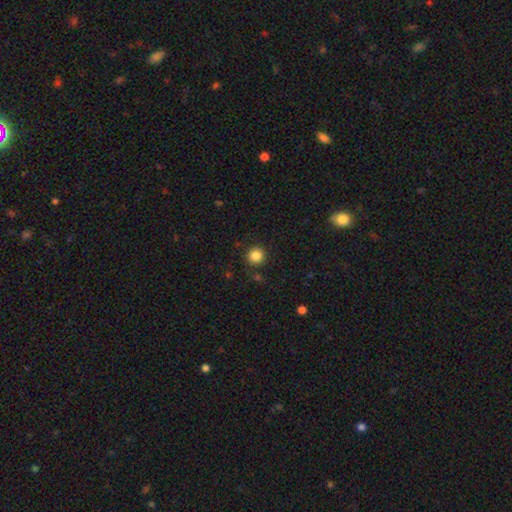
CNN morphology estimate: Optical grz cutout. It shows a smooth galaxy with no disk features (85%) that is round (95%). Merging: none (90%).